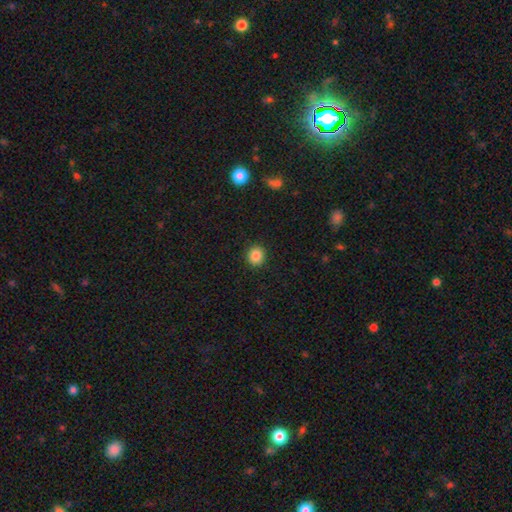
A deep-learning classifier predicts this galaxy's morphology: A smooth galaxy with no disk features (86%) that is round (86%).

Vote fractions:
- Smooth or featured? smooth: 86% / star or artifact: 10% / featured or disk: 4%
- How rounded? round: 86% / in between: 13% / cigar-shaped: 1%
- Merging? none: 92% / minor disturbance: 5% / major disturbance: 2% / merger: 1%